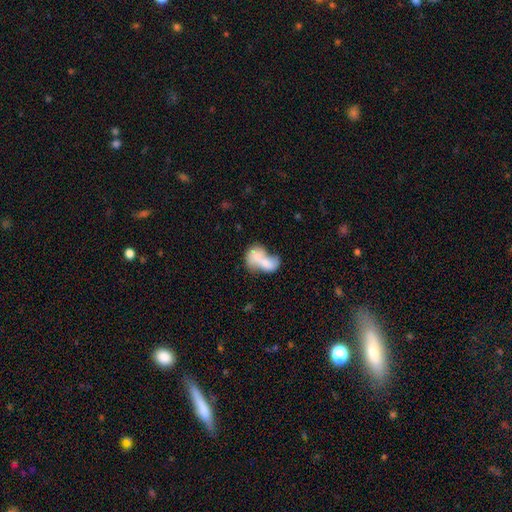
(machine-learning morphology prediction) Smooth or featured? Predicted: smooth (p=0.59). How rounded? Predicted: in between (p=0.83). Merging? Predicted: merger (p=0.66).